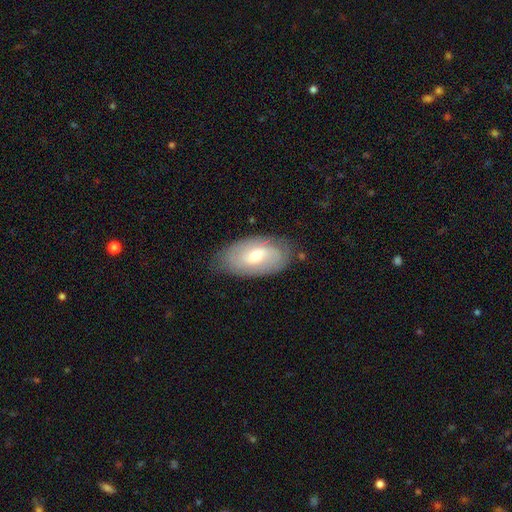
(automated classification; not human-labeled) Smooth or featured? featured or disk (54%)
Edge-on disk? no (91%)
Merging? none (76%)